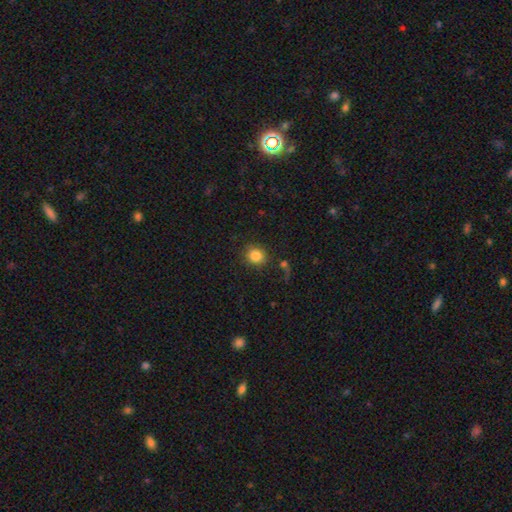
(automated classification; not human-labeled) smooth_or_featured: smooth (p=0.85) [alt: star or artifact p=0.10]
how_rounded: round (p=0.82) [alt: in between p=0.17]
merging: none (p=0.81) [alt: minor disturbance p=0.10]